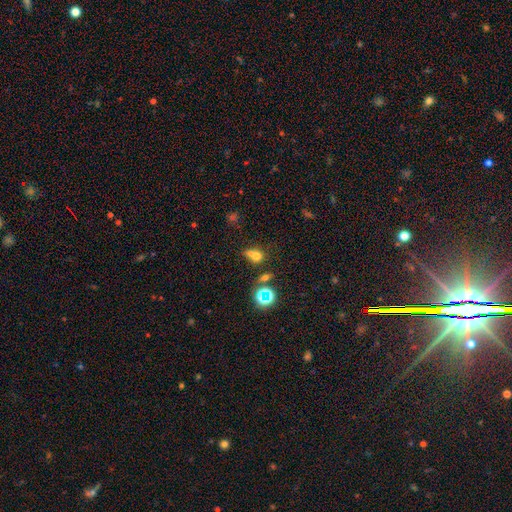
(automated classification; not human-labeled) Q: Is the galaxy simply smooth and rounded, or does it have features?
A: smooth — 63%.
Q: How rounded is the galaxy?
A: round — 65%.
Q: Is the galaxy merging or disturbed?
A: merger — 48%.